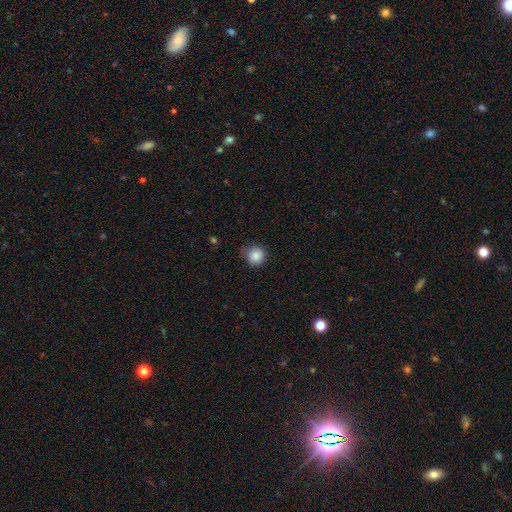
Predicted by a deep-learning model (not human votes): Smooth or featured? smooth (87%)
How rounded? round (93%)
Merging? none (78%)